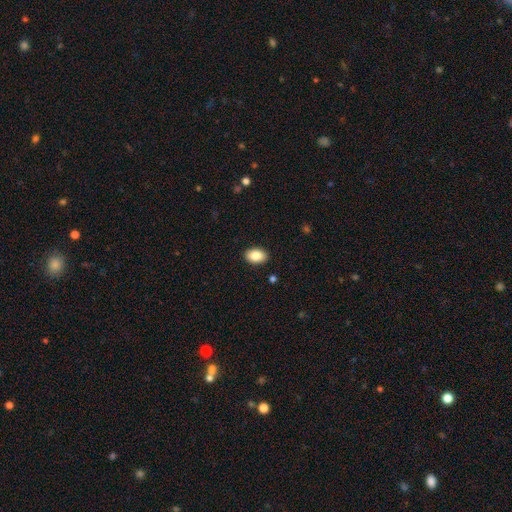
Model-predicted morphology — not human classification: Overall: smooth (87%). How rounded: in between (88%). Merging: none (90%).